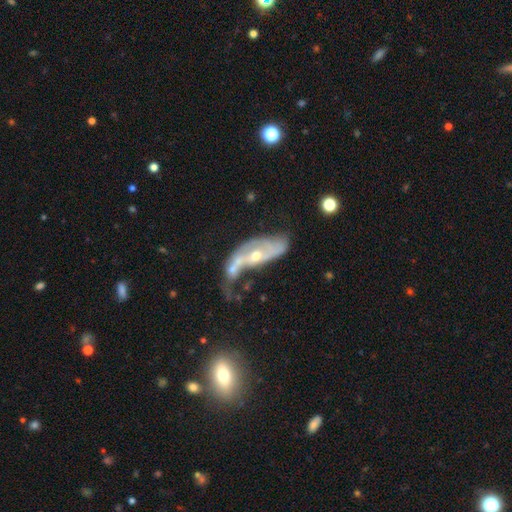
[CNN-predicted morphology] This appears to be a featured or disk galaxy (77%) with no bar (59%), 2 (65%) loose (60%) spiral arms (73%) and a moderate central bulge (54%). Merging: merger (37%).